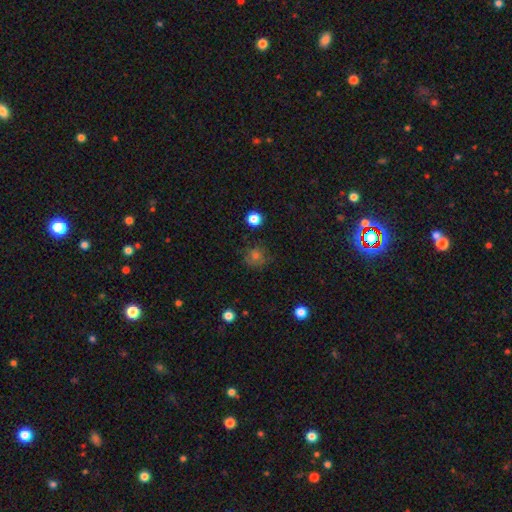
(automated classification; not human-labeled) smooth-or-featured: smooth: 64% | star or artifact: 22% | featured or disk: 14%
  how-rounded: round: 88% | in between: 11% | cigar-shaped: 1%
  merging: none: 75% | minor disturbance: 16% | major disturbance: 7% | merger: 2%